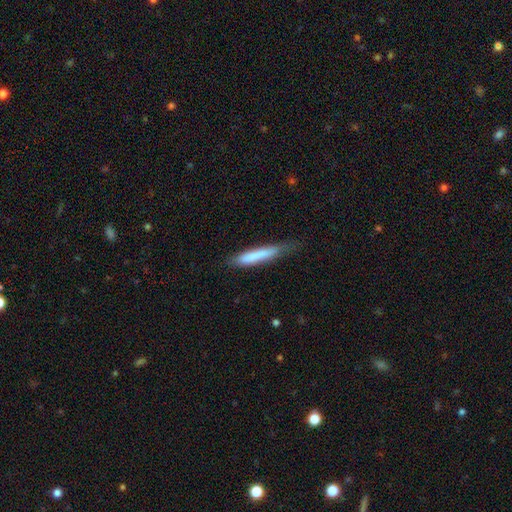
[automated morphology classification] Smooth or featured? Predicted: smooth (p=0.76). How rounded? Predicted: cigar-shaped (p=0.92). Merging? Predicted: none (p=0.66).